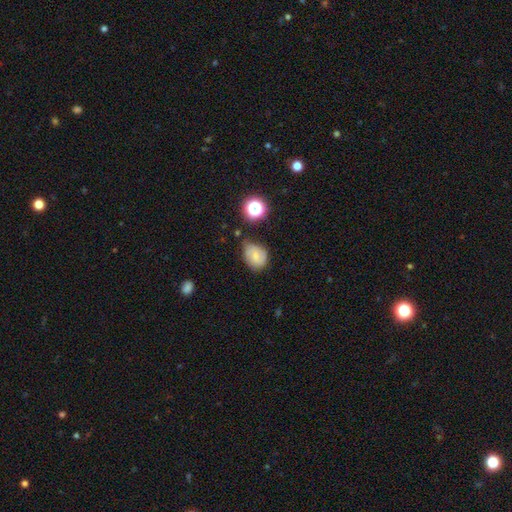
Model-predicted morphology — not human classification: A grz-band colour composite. It shows a smooth galaxy with no disk features (61%) that is round (54%). Merging: none (48%).